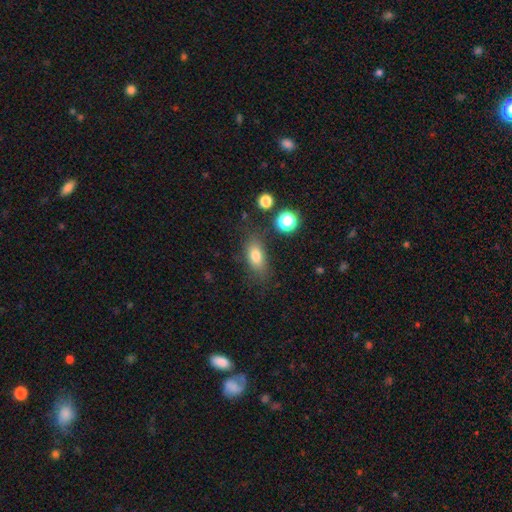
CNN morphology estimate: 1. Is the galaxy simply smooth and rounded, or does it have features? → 78% smooth, 11% featured or disk, 11% star or artifact.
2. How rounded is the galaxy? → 82% in between, 10% round, 8% cigar-shaped.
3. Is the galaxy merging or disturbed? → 73% none, 16% minor disturbance, 6% major disturbance, 4% merger.